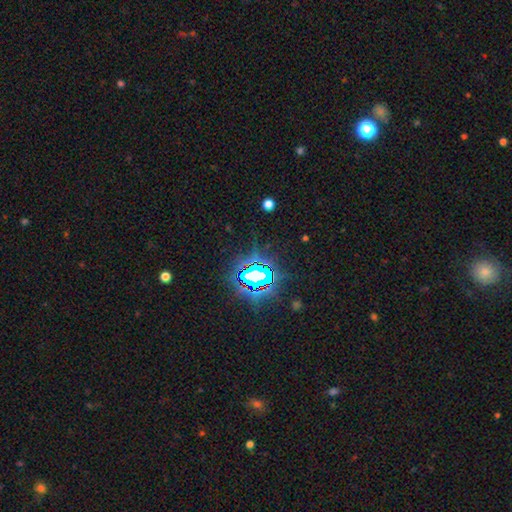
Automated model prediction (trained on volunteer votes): The model was most divided on "smooth or featured": star or artifact: 82%, smooth: 10%, featured or disk: 7%.